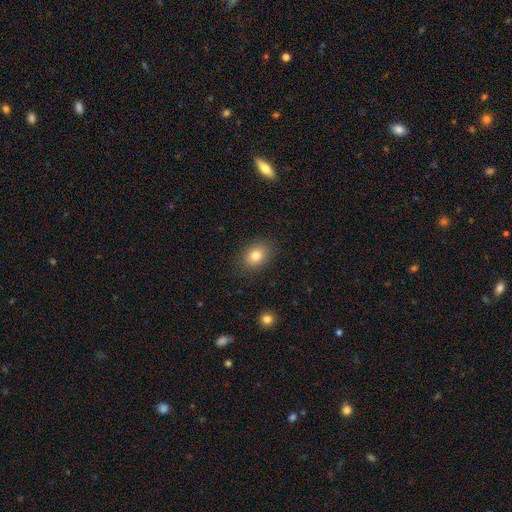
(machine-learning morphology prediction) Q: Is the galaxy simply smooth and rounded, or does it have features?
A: smooth — 80%.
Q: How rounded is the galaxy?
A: in between — 67%.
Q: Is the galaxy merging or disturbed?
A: none — 86%.